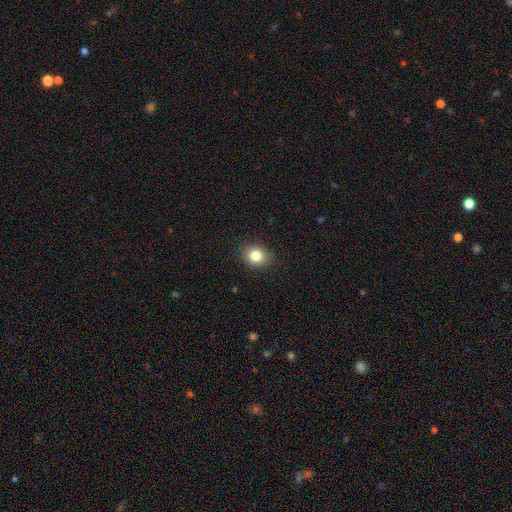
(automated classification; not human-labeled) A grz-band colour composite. It shows a smooth galaxy with no disk features (82%) that is round (59%). Merging: none (87%).